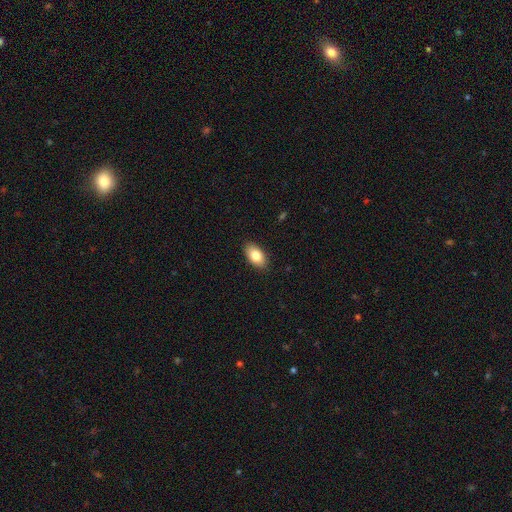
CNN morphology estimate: type=smooth (83%); roundness=in between (93%); merging=none (88%).